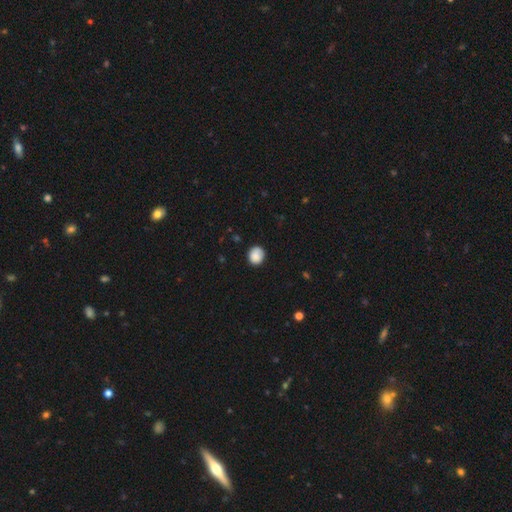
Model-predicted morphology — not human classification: smooth_or_featured: smooth (p=0.87) [alt: star or artifact p=0.08]
how_rounded: round (p=0.76) [alt: in between p=0.23]
merging: none (p=0.81) [alt: minor disturbance p=0.14]